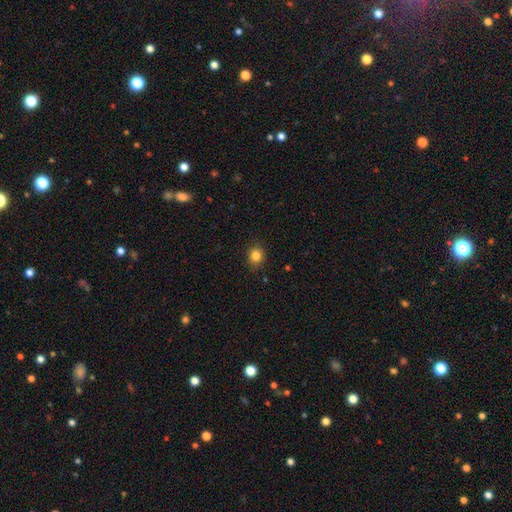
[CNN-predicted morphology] The model was most divided on "how rounded": round: 72%, in between: 27%, cigar-shaped: 1%. More confident: merging — none (87%); smooth or featured — smooth (84%).